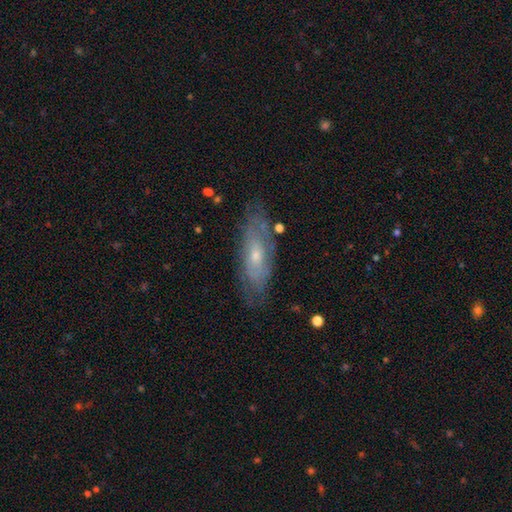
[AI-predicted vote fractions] Q: Smooth or featured?
A: featured or disk (57%); runner-up: smooth (35%)
Q: Edge-on disk?
A: no (74%); runner-up: yes (26%)
Q: Merging?
A: none (75%); runner-up: minor disturbance (18%)